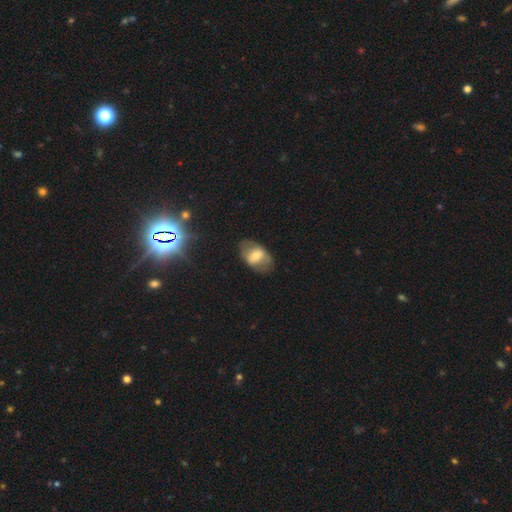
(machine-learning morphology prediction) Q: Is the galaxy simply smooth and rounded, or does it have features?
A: smooth — 52%.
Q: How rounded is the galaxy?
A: in between — 86%.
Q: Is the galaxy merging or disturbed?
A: none — 73%.